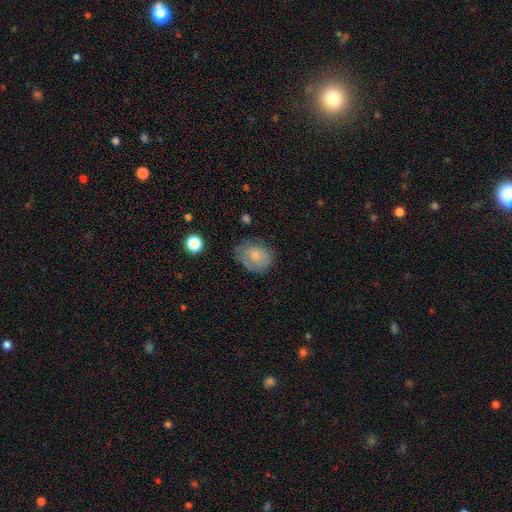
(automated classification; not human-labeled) smooth-or-featured: smooth: 67% | featured or disk: 24% | star or artifact: 9%
  how-rounded: round: 52% | in between: 47% | cigar-shaped: 1%
  merging: none: 59% | minor disturbance: 27% | major disturbance: 11% | merger: 2%